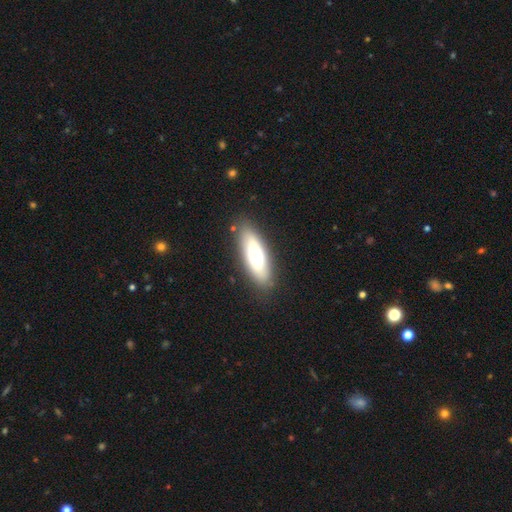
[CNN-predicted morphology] smooth_or_featured: smooth (p=0.59) [alt: featured or disk p=0.34]
how_rounded: in between (p=0.57) [alt: cigar-shaped p=0.41]
merging: none (p=0.84) [alt: minor disturbance p=0.11]